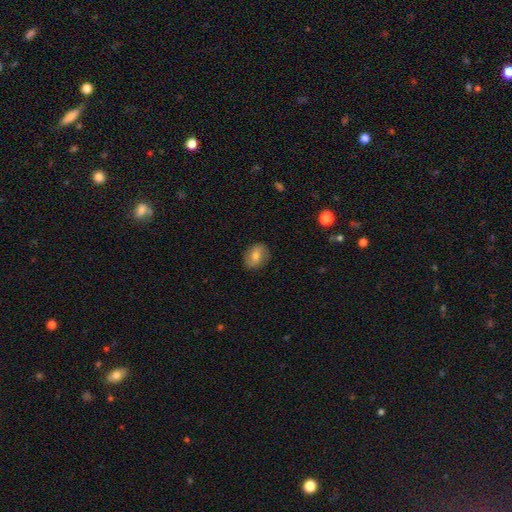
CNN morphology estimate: Q: Smooth or featured?
A: smooth (54%); runner-up: featured or disk (37%)
Q: How rounded?
A: in between (56%); runner-up: round (42%)
Q: Merging?
A: none (83%); runner-up: minor disturbance (12%)